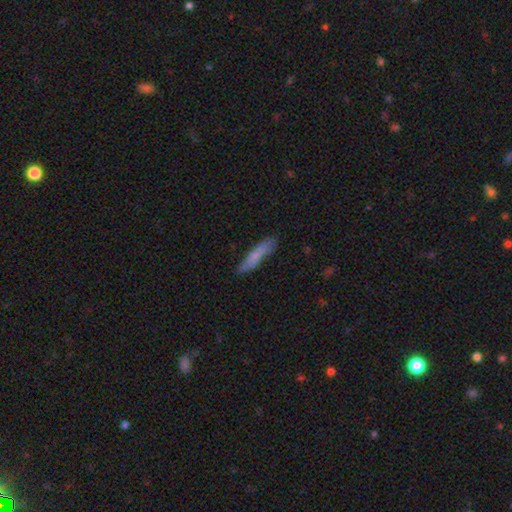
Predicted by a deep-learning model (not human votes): This appears to be a smooth galaxy with no disk features (73%) that is cigar-shaped (86%). Merging: none (79%).